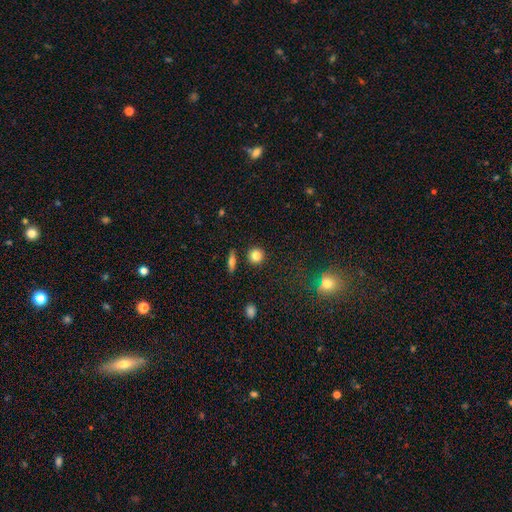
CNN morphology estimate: type=smooth (81%); roundness=round (91%); merging=none (88%).